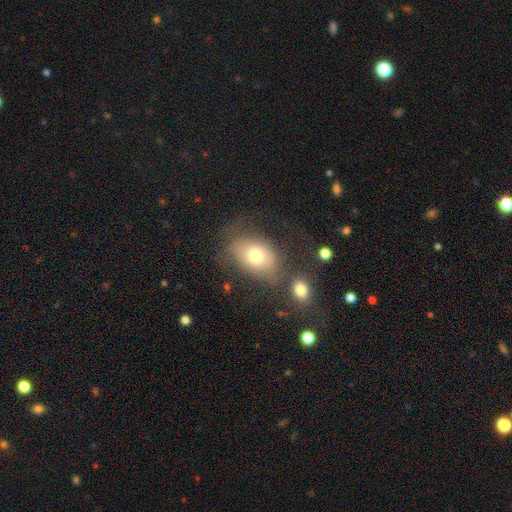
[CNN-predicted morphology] Smooth or featured?
  - smooth: 70% *
  - featured or disk: 20%
  - star or artifact: 10%
How rounded?
  - in between: 75% *
  - round: 23%
  - cigar-shaped: 1%
Merging?
  - none: 53% *
  - minor disturbance: 22%
  - major disturbance: 14%
  - merger: 10%